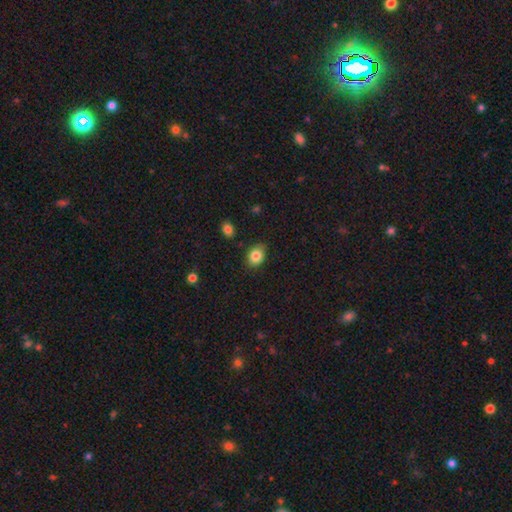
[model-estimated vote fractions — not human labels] Smooth or featured?
  - smooth: 84% *
  - star or artifact: 9%
  - featured or disk: 7%
How rounded?
  - in between: 64% *
  - round: 35%
  - cigar-shaped: 1%
Merging?
  - none: 80% *
  - minor disturbance: 15%
  - major disturbance: 3%
  - merger: 2%